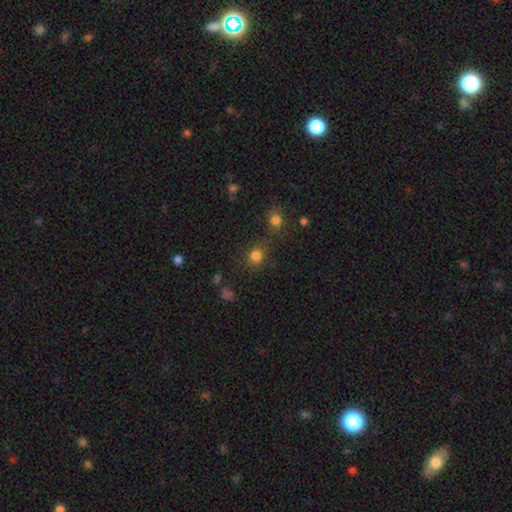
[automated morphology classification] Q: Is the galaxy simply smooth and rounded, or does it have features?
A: smooth — 80%.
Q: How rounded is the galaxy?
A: round — 86%.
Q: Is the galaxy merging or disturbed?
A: none — 68%.